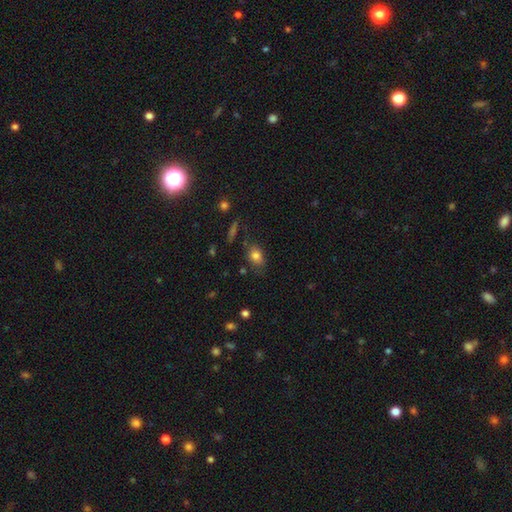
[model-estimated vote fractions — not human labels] Morphology: type=smooth (80%); roundness=in between (70%); merging=none (67%).